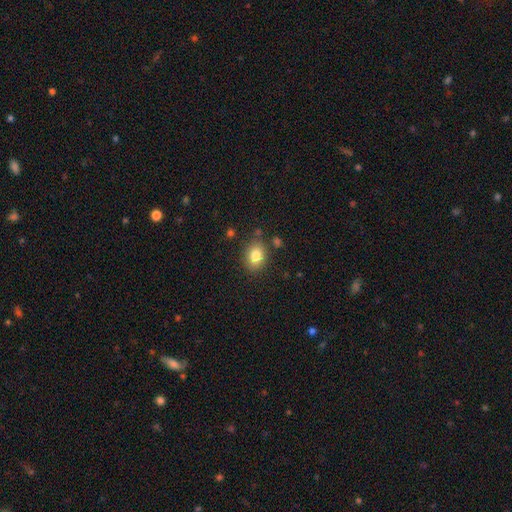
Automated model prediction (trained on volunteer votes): This appears to be a smooth galaxy with no disk features (83%) that is in between round and cigar-shaped (65%). Merging: none (81%).